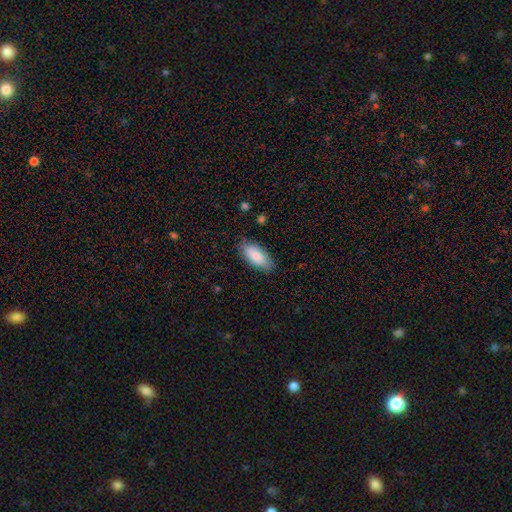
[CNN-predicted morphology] Smooth or featured?
  - smooth: 84% *
  - featured or disk: 10%
  - star or artifact: 6%
How rounded?
  - in between: 88% *
  - cigar-shaped: 10%
  - round: 2%
Merging?
  - none: 84% *
  - minor disturbance: 12%
  - major disturbance: 3%
  - merger: 1%